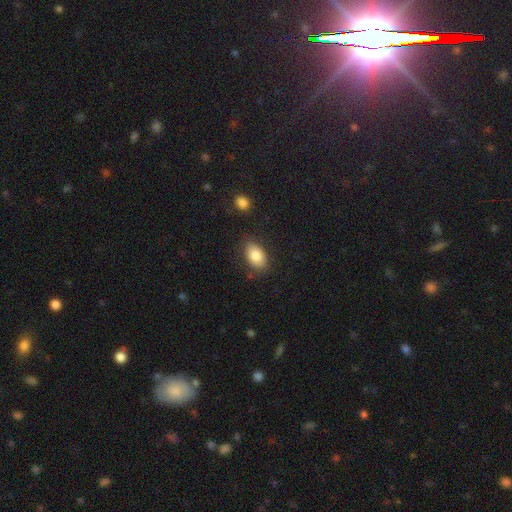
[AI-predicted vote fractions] Overall: smooth (83%). How rounded: in between (90%). Merging: none (80%).